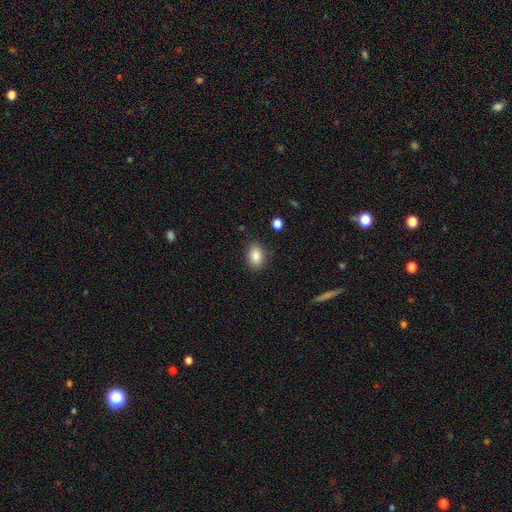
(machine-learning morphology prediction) smooth 86%, star or artifact 8%, featured or disk 6%. Down the decision tree: how rounded — in between (79%); merging — none (86%).